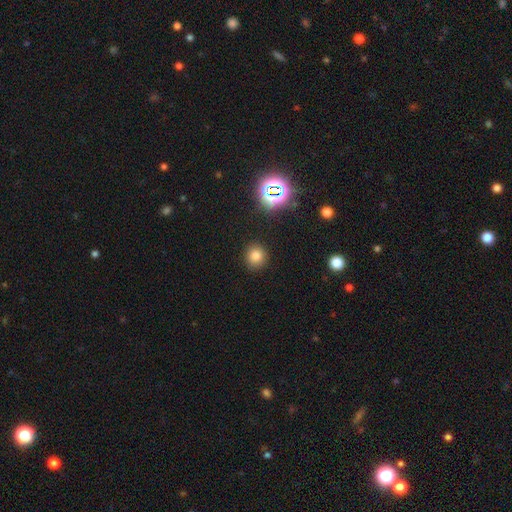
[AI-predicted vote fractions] A smooth galaxy with no disk features (76%) that is round (90%). Merging: none (89%).